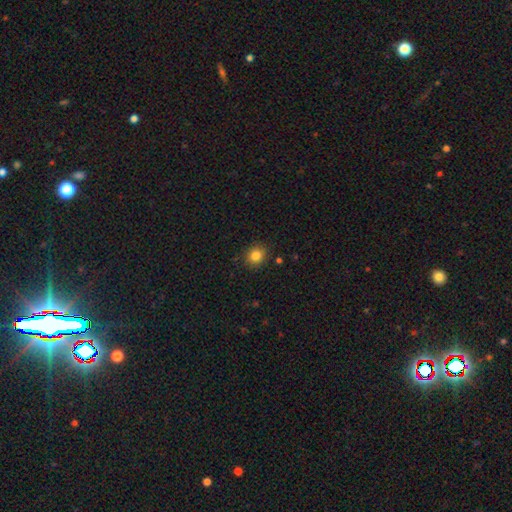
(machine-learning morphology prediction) Smooth or featured?
  - smooth: 84% *
  - star or artifact: 11%
  - featured or disk: 5%
How rounded?
  - round: 75% *
  - in between: 25%
  - cigar-shaped: 1%
Merging?
  - none: 88% *
  - minor disturbance: 8%
  - major disturbance: 2%
  - merger: 1%